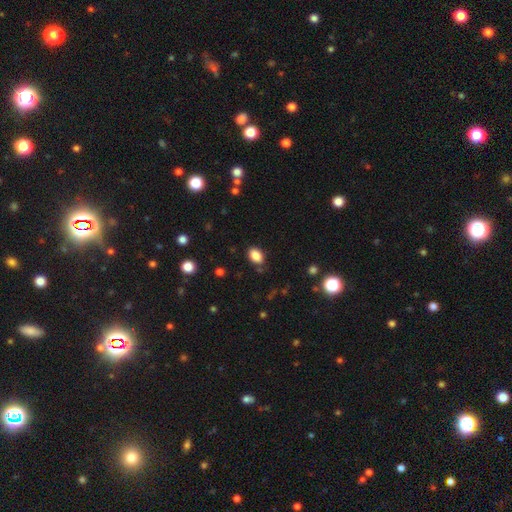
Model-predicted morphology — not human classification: Overall: smooth (86%). How rounded: in between (84%). Merging: none (84%).